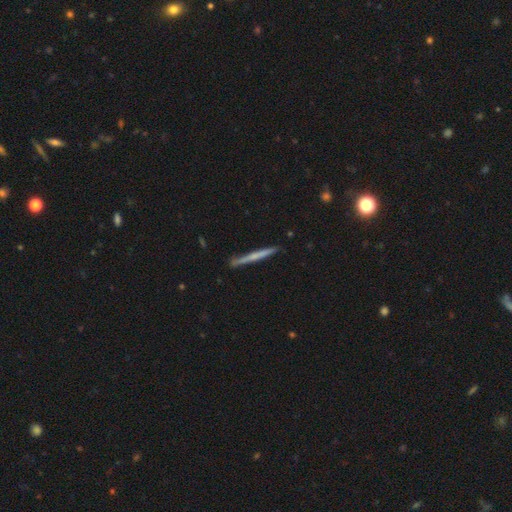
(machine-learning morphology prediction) Overall: featured or disk (49%; smooth 46%). Merging: none (89%).